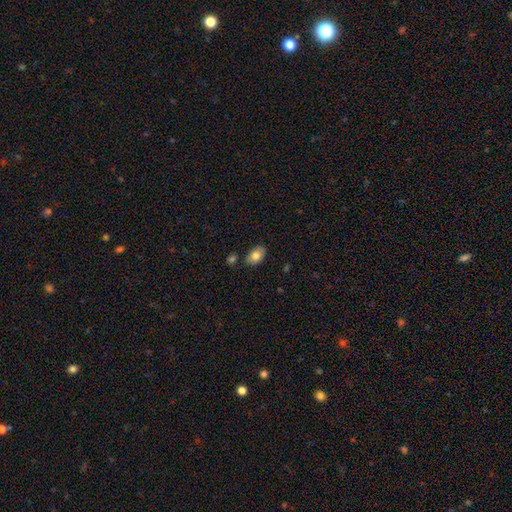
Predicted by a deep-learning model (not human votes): smooth_or_featured: smooth (p=0.80) [alt: featured or disk p=0.13]
how_rounded: in between (p=0.92) [alt: round p=0.06]
merging: none (p=0.79) [alt: minor disturbance p=0.14]